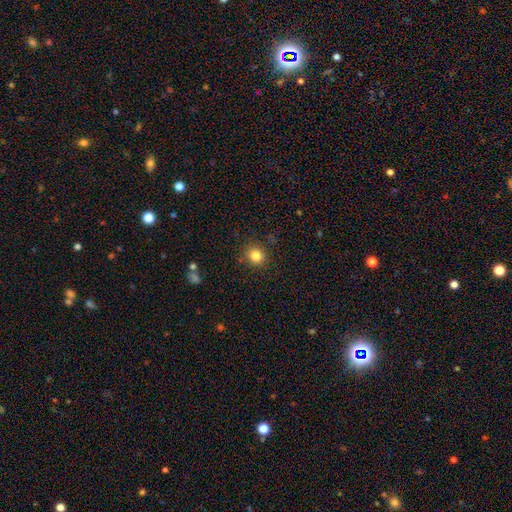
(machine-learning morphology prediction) smooth-or-featured: smooth: 83% | star or artifact: 11% | featured or disk: 5%
  how-rounded: round: 86% | in between: 13% | cigar-shaped: 1%
  merging: none: 87% | minor disturbance: 9% | major disturbance: 3% | merger: 2%